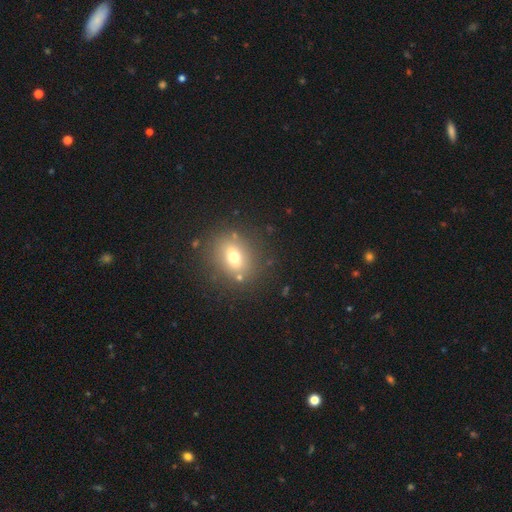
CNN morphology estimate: Smooth or featured: smooth — 56% (star or artifact — 27%)
How rounded: round — 68% (in between — 30%)
Merging: none — 85% (minor disturbance — 9%)